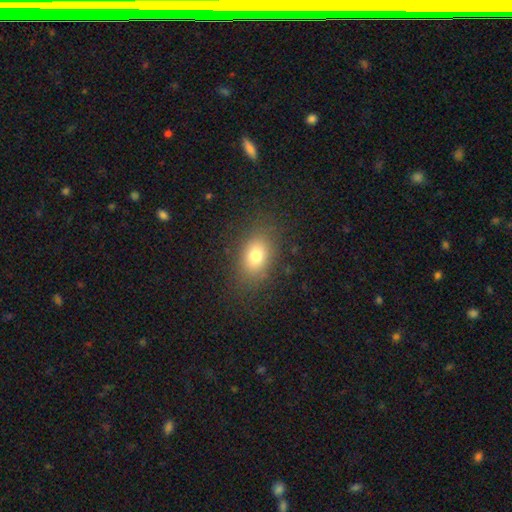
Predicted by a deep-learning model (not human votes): Smooth or featured?
  - smooth: 77% *
  - featured or disk: 12%
  - star or artifact: 11%
How rounded?
  - in between: 76% *
  - round: 23%
  - cigar-shaped: 2%
Merging?
  - none: 81% *
  - minor disturbance: 12%
  - major disturbance: 5%
  - merger: 1%